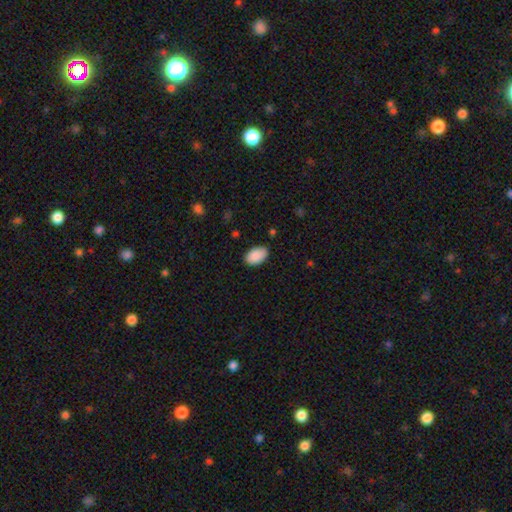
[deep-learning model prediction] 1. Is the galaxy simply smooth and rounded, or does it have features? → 90% smooth, 6% star or artifact, 4% featured or disk.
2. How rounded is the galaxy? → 93% in between, 6% round, 1% cigar-shaped.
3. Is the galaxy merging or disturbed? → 84% none, 12% minor disturbance, 2% major disturbance, 1% merger.